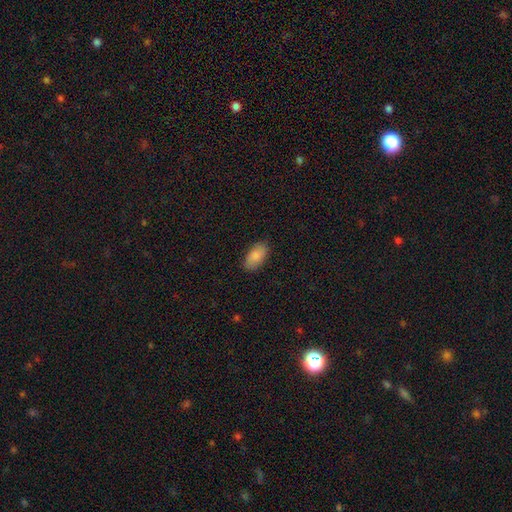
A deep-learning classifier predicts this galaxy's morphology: type=smooth (86%); roundness=in between (94%); merging=none (87%).